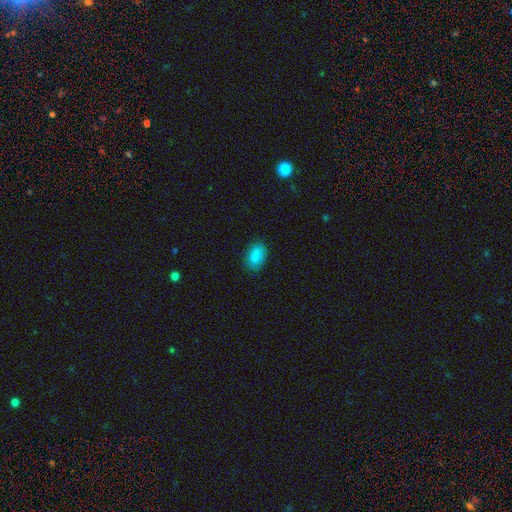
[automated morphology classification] Smooth or featured? smooth (87%)
How rounded? in between (91%)
Merging? none (84%)